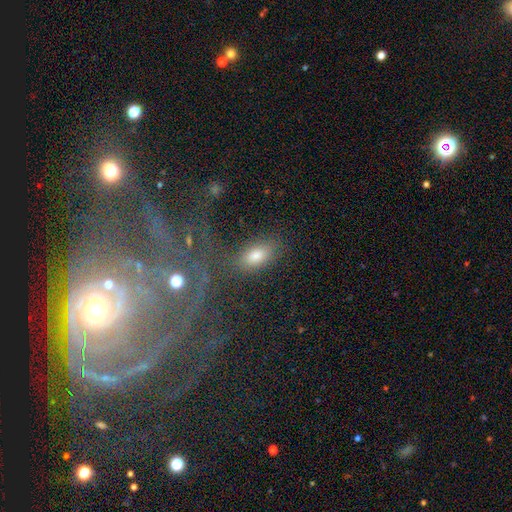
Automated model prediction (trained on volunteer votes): Smooth or featured: smooth — 72% (star or artifact — 15%)
How rounded: in between — 86% (cigar-shaped — 7%)
Merging: none — 77% (minor disturbance — 13%)